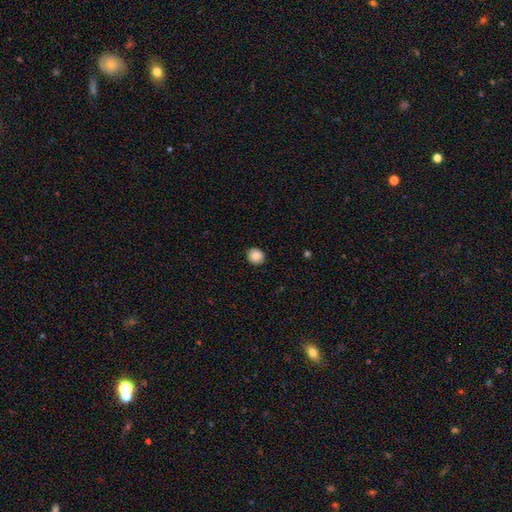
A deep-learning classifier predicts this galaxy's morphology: A smooth galaxy with no disk features (86%) that is round (80%). Merging: none (90%).